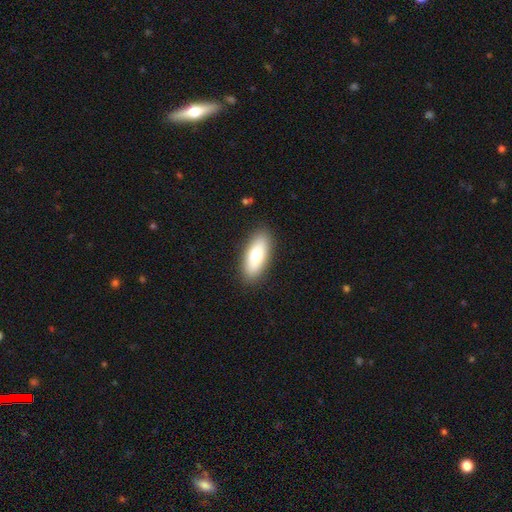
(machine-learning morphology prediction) This is likely a smooth galaxy (75%). How rounded: likely in between (76%). Merging: clearly none (89%).